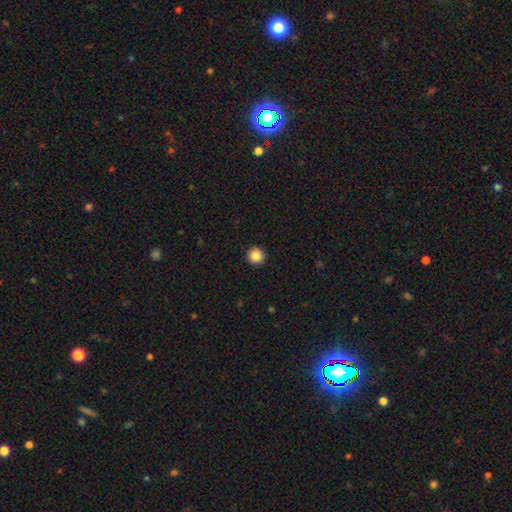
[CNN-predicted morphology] A smooth galaxy with no disk features (86%) that is round (95%).

Vote fractions:
- Smooth or featured? smooth: 86% / star or artifact: 10% / featured or disk: 4%
- How rounded? round: 95% / in between: 4% / cigar-shaped: 1%
- Merging? none: 93% / minor disturbance: 5% / major disturbance: 2% / merger: 1%